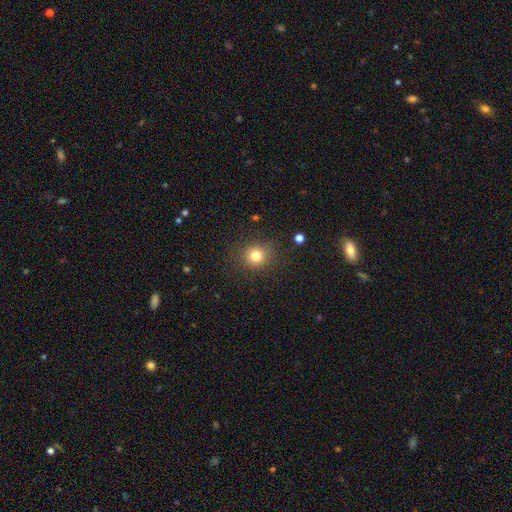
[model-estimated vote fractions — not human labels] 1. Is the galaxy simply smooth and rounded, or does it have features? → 80% smooth, 13% star or artifact, 7% featured or disk.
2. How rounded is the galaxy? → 86% round, 13% in between, 1% cigar-shaped.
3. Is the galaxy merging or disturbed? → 86% none, 9% minor disturbance, 4% major disturbance, 1% merger.